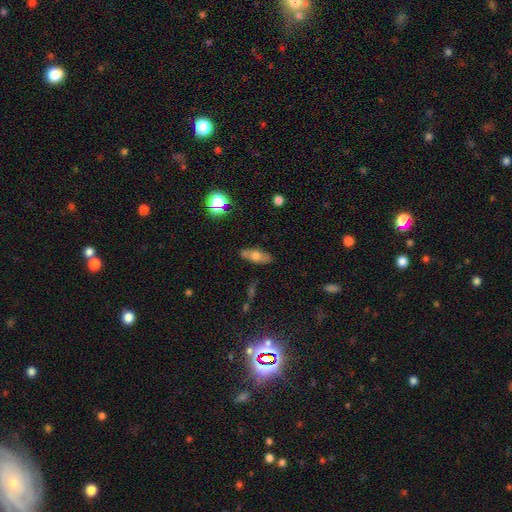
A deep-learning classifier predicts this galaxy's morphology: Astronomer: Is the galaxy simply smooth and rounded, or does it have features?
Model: smooth — 58%.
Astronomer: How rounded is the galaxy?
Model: in between — 74%.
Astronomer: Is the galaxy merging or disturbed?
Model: none — 81%.